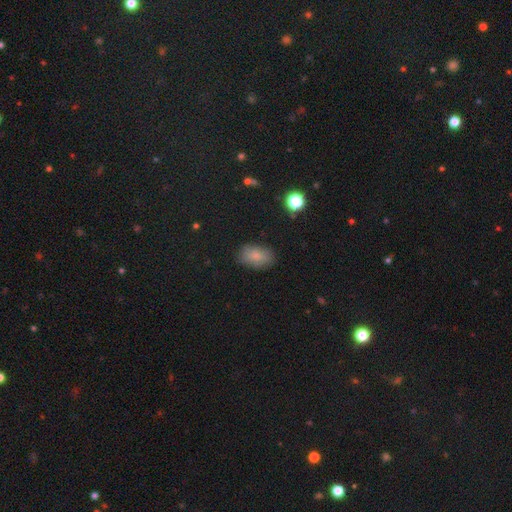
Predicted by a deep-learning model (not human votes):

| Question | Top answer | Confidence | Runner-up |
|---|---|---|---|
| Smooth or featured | smooth | 78% | featured or disk (11%) |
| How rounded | in between | 89% | round (9%) |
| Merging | none | 79% | minor disturbance (16%) |